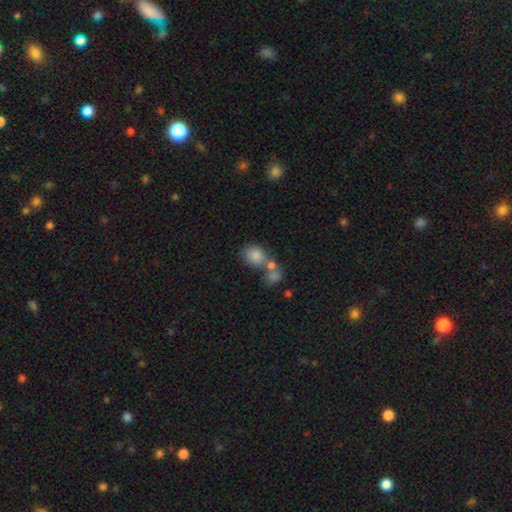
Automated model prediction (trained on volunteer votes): Smooth or featured? smooth (81%)
How rounded? round (50%)
Merging? merger (48%)